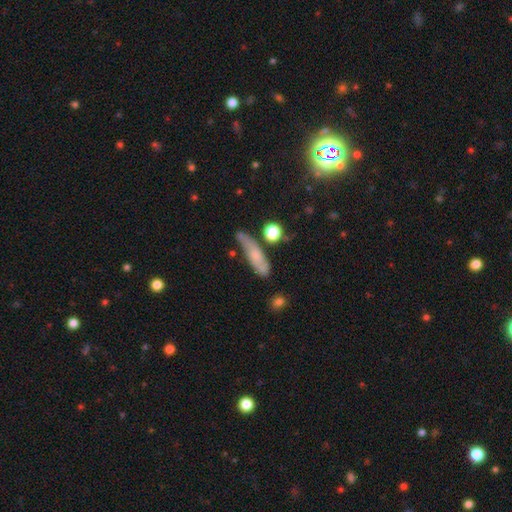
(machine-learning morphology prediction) A smooth galaxy with no disk features (59%) that is cigar-shaped (68%). Merging: none (55%).